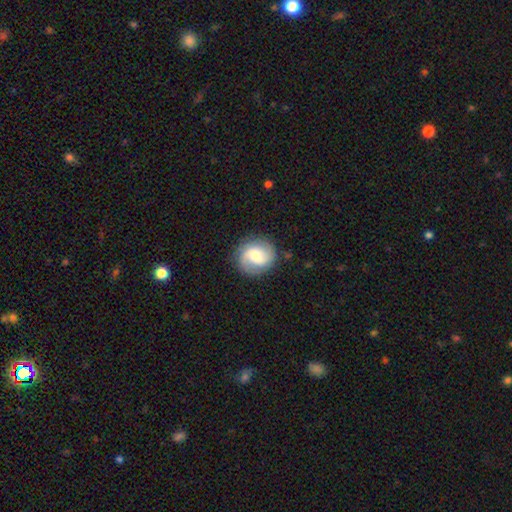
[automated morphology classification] A featured or disk galaxy (65%) with a weak bar (50%), 2 (83%) medium (45%) spiral arms (93%) and a moderate central bulge (52%).

Vote fractions:
- Smooth or featured? featured or disk: 65% / smooth: 29% / star or artifact: 7%
- Edge-on disk? no: 98% / yes: 2%
- Bar? weak: 50% / no: 36% / strong: 13%
- Spiral arms? yes: 93% / no: 7%
- Spiral winding? medium: 45% / loose: 32% / tight: 23%
- Spiral arm count? 2: 83% / can't tell: 6% / 1: 6% / 3: 2% / 4: 1% / more than 4: 1%
- Bulge size? moderate: 52% / small: 31% / large: 12% / none: 3% / dominant: 2%
- Merging? none: 83% / minor disturbance: 11% / major disturbance: 4% / merger: 1%